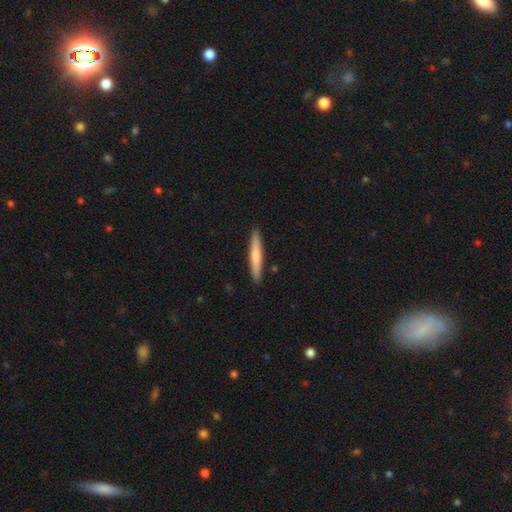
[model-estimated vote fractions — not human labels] Smooth or featured? Predicted: smooth (p=0.65). How rounded? Predicted: cigar-shaped (p=0.95). Merging? Predicted: none (p=0.92).